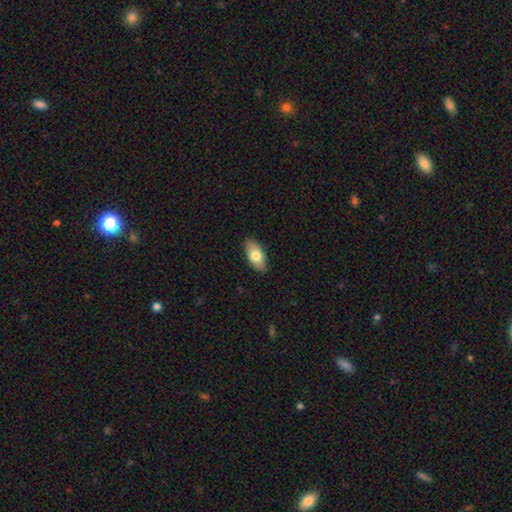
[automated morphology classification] smooth-or-featured: smooth: 75% | featured or disk: 19% | star or artifact: 6%
  how-rounded: in between: 92% | cigar-shaped: 5% | round: 4%
  merging: none: 88% | minor disturbance: 9% | major disturbance: 2% | merger: 1%